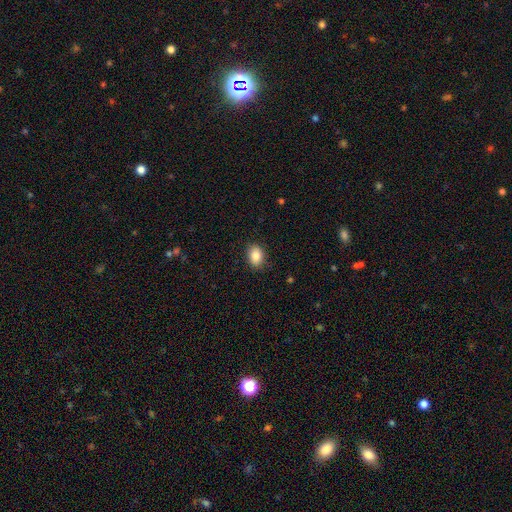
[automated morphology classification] Smooth or featured? smooth (86%)
How rounded? in between (73%)
Merging? none (87%)